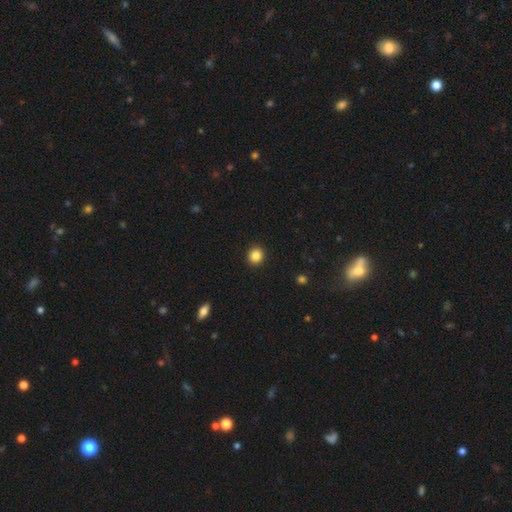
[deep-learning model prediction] This is clearly a smooth galaxy (86%). How rounded: clearly round (82%). Merging: clearly none (93%).